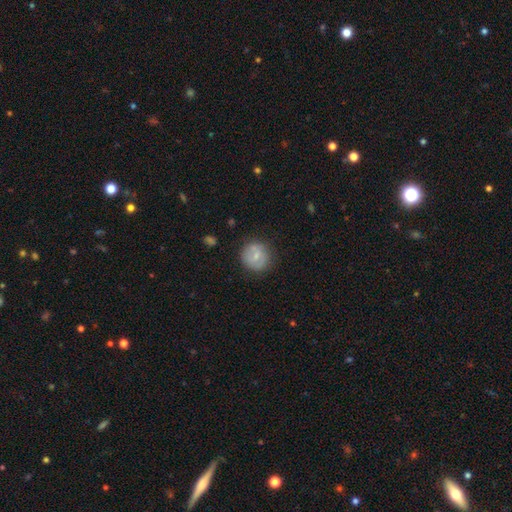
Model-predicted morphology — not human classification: Smooth or featured?
  - smooth: 64% *
  - featured or disk: 28%
  - star or artifact: 8%
How rounded?
  - round: 90% *
  - in between: 9%
  - cigar-shaped: 1%
Merging?
  - none: 78% *
  - minor disturbance: 15%
  - major disturbance: 5%
  - merger: 3%